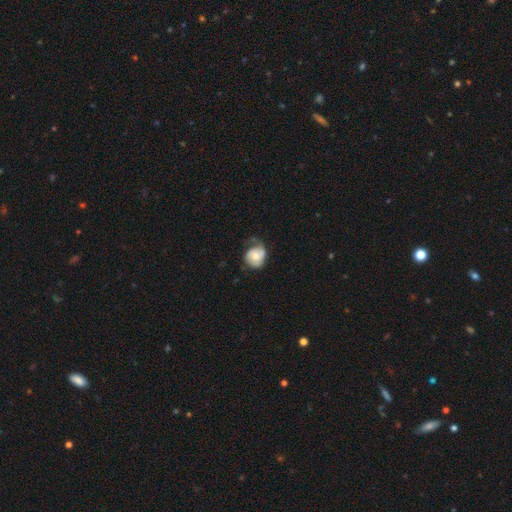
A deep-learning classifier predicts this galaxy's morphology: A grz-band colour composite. It shows a featured or disk galaxy (49%). Merging: none (41%).